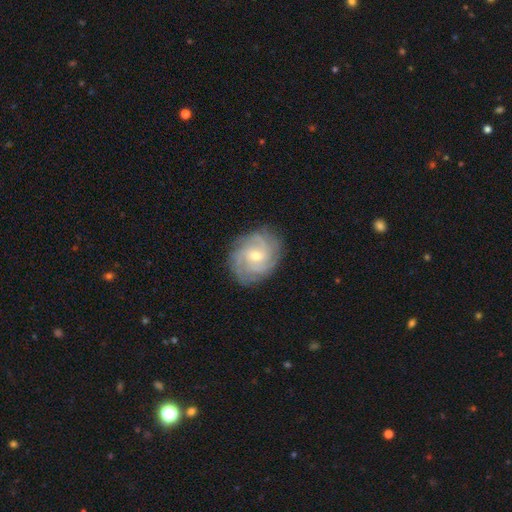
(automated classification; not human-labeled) smooth-or-featured: featured or disk: 82% | smooth: 12% | star or artifact: 6%
  disk-edge-on: no: 97% | yes: 3%
    bar: no: 52% | weak: 42% | strong: 7%
    has-spiral-arms: yes: 96% | no: 4%
      spiral-winding: tight: 61% | medium: 32% | loose: 7%
      spiral-arm-count: can't tell: 28% | 4: 26% | 3: 22% | 2: 11% | more than 4: 7% | 1: 6%
    bulge-size: moderate: 50% | small: 46% | large: 2% | none: 1% | dominant: 1%
  merging: none: 80% | minor disturbance: 14% | major disturbance: 4% | merger: 1%